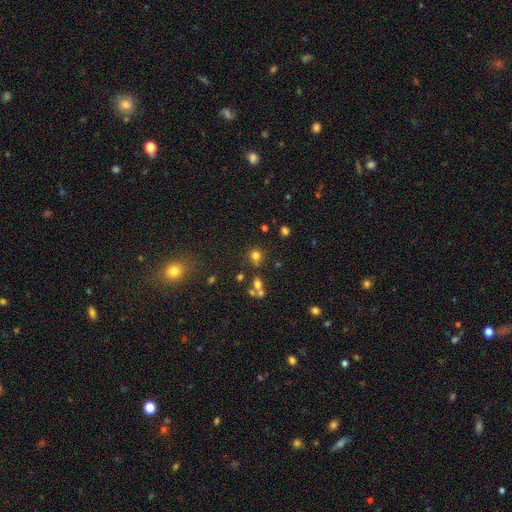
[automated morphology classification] smooth_or_featured: smooth (p=0.73) [alt: star or artifact p=0.19]
how_rounded: round (p=0.78) [alt: in between p=0.20]
merging: none (p=0.66) [alt: merger p=0.14]